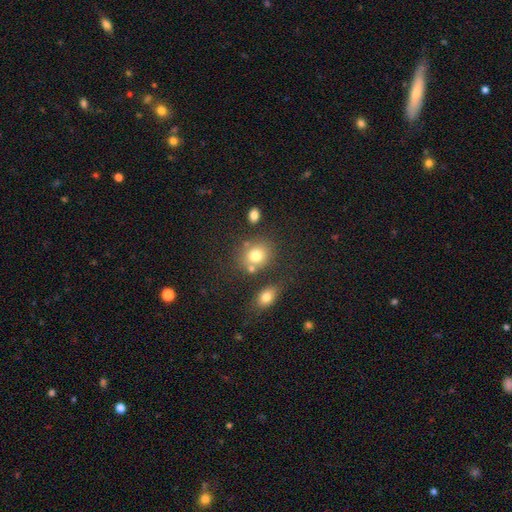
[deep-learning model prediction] A smooth galaxy with no disk features (77%) that is round (66%). Merging: none (65%).